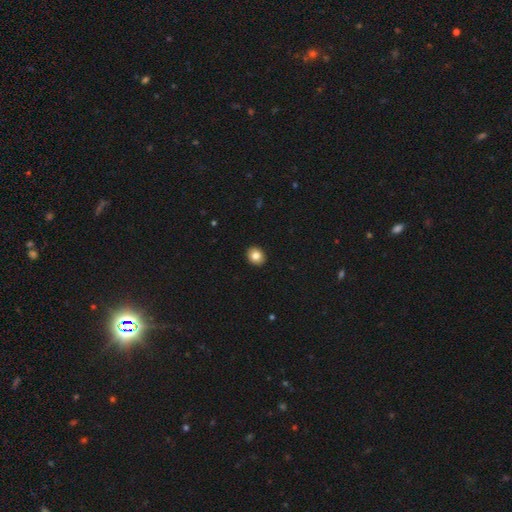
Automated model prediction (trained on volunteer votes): Smooth or featured? Predicted: smooth (p=0.84). How rounded? Predicted: round (p=0.64). Merging? Predicted: none (p=0.92).